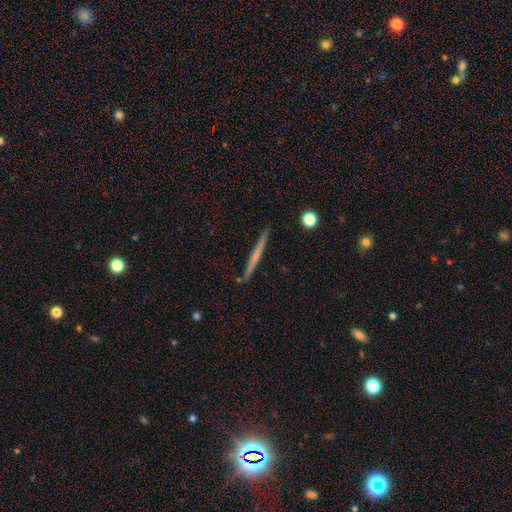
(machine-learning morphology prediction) The model was most divided on "smooth or featured": featured or disk: 50%, smooth: 44%, star or artifact: 6%. More confident: merging — none (91%).